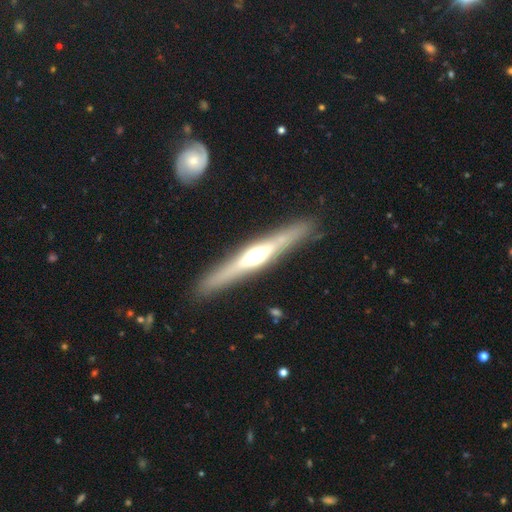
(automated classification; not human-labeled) Overall: featured or disk (68%). Edge-on disk: yes (95%). Edge-on bulge: rounded (90%). Merging: none (88%).